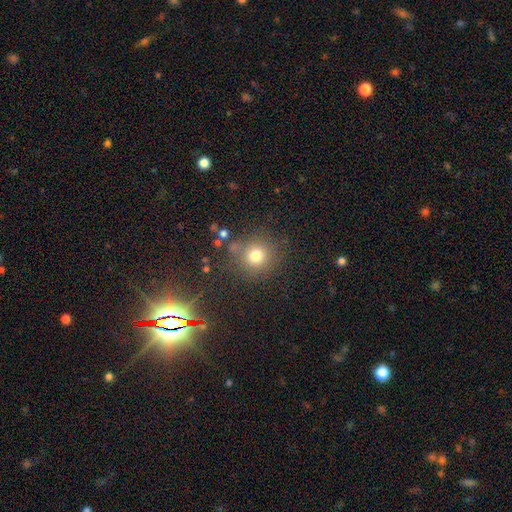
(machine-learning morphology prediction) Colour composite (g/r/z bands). It shows a smooth galaxy with no disk features (74%) that is round (90%). Merging: none (79%).